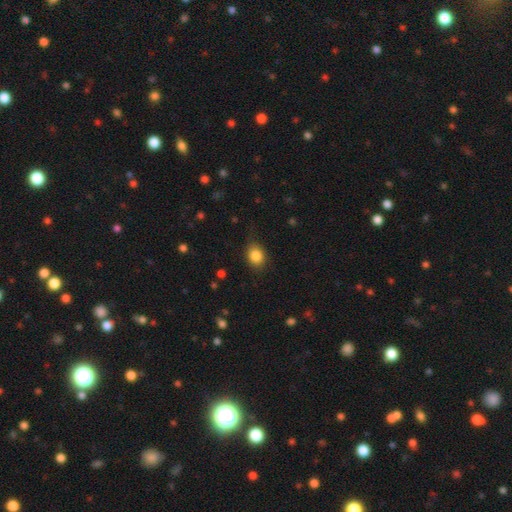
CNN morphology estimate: This is clearly a smooth galaxy (86%). How rounded: possibly round (55%). Merging: likely none (77%).